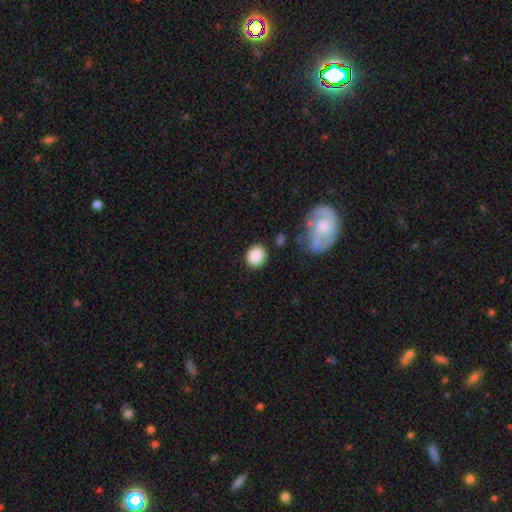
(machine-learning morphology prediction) A smooth galaxy with no disk features (88%) that is round (68%). Merging: none (81%).